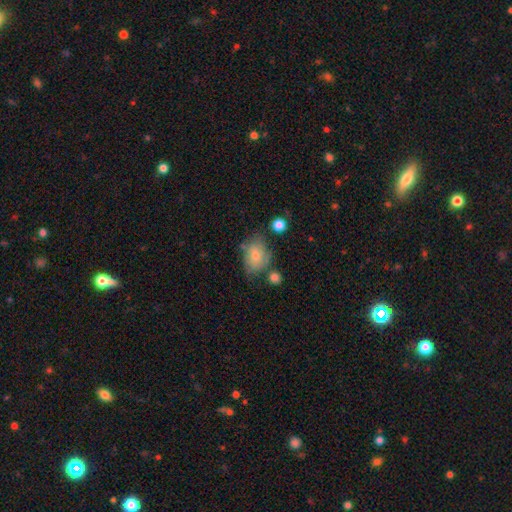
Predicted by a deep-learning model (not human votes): Q: Smooth or featured?
A: smooth (74%); runner-up: featured or disk (19%)
Q: How rounded?
A: in between (69%); runner-up: round (29%)
Q: Merging?
A: none (53%); runner-up: minor disturbance (27%)